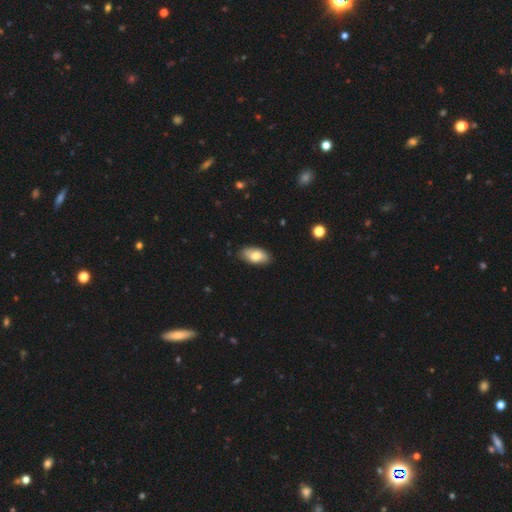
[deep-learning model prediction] A smooth galaxy with no disk features (74%) that is in between round and cigar-shaped (93%).

Vote fractions:
- Smooth or featured? smooth: 74% / featured or disk: 20% / star or artifact: 6%
- How rounded? in between: 93% / cigar-shaped: 4% / round: 3%
- Merging? none: 84% / minor disturbance: 13% / major disturbance: 2% / merger: 1%